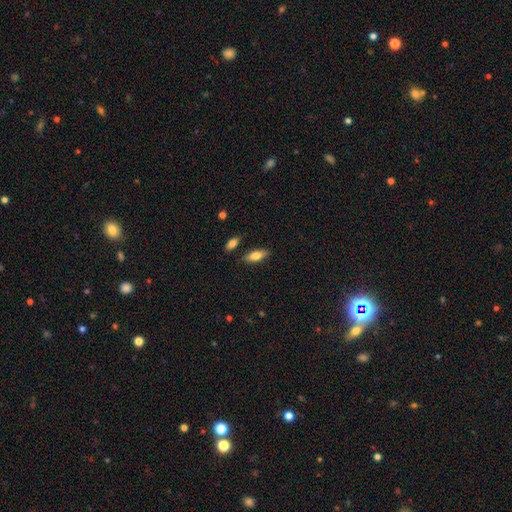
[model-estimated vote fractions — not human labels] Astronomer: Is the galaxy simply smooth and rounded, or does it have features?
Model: smooth — 74%.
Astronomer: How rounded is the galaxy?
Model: in between — 75%.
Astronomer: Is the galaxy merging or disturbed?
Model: none — 82%.